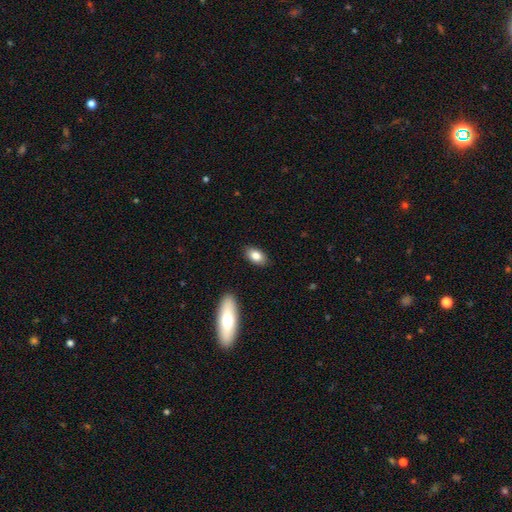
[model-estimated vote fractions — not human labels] smooth_or_featured: smooth (p=0.83) [alt: featured or disk p=0.09]
how_rounded: in between (p=0.90) [alt: round p=0.07]
merging: none (p=0.87) [alt: minor disturbance p=0.09]